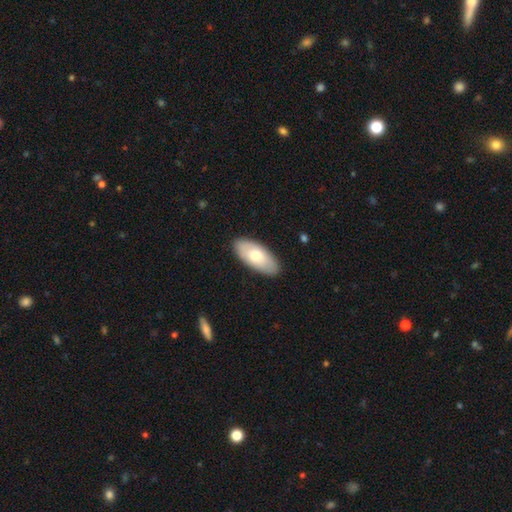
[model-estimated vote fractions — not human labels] A smooth galaxy with no disk features (68%) that is in between round and cigar-shaped (91%). Merging: none (88%).